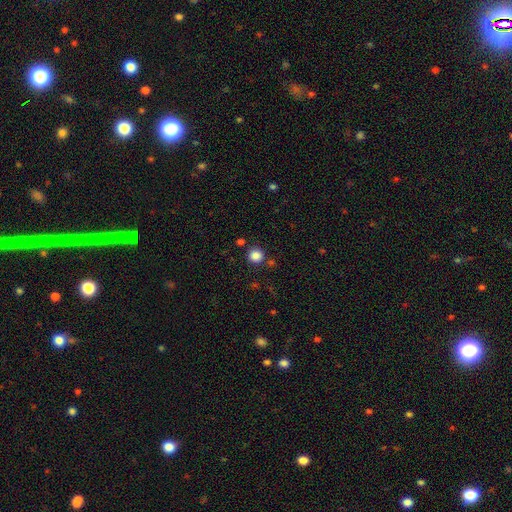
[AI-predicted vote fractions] Smooth or featured? Predicted: smooth (p=0.85). How rounded? Predicted: round (p=0.92). Merging? Predicted: none (p=0.84).